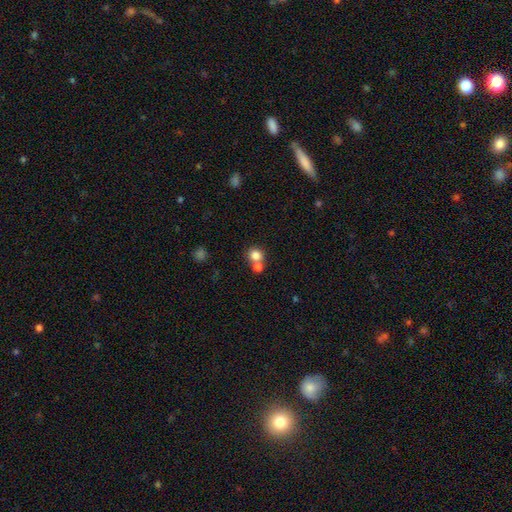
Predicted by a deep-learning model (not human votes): Morphology: type=smooth (80%); roundness=round (84%); merging=none (51%).